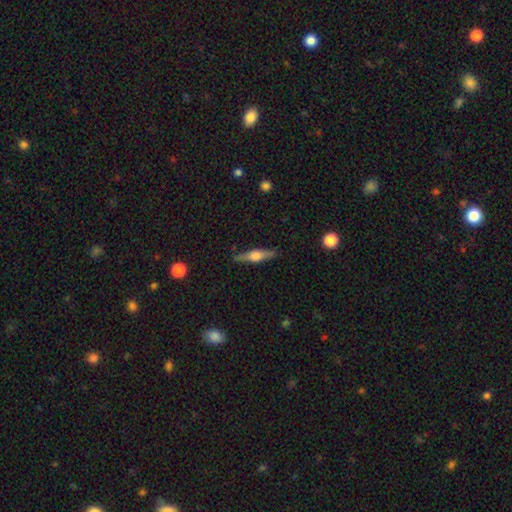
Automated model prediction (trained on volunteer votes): Smooth or featured: featured or disk — 61% (smooth — 33%)
Edge-on disk: yes — 96% (no — 4%)
Edge-on bulge: rounded — 89% (boxy — 8%)
Merging: none — 87% (minor disturbance — 10%)